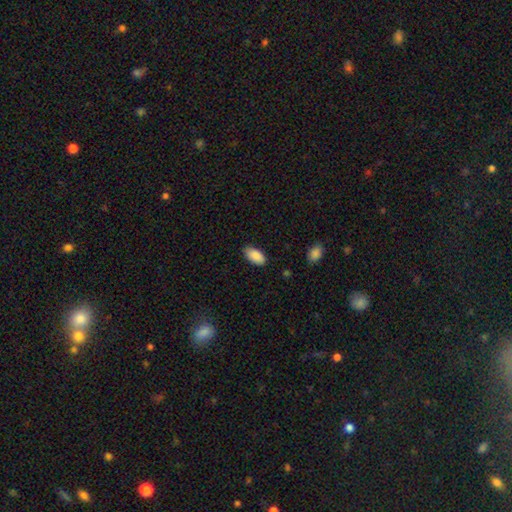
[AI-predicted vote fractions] Smooth or featured? smooth (88%)
How rounded? in between (95%)
Merging? none (84%)